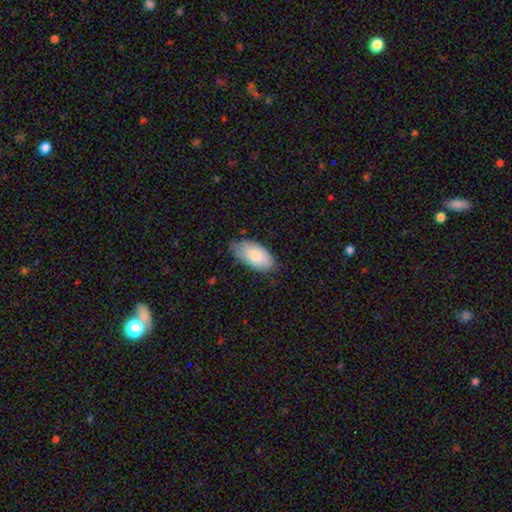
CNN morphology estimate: smooth 81%, featured or disk 13%, star or artifact 6%. Down the decision tree: how rounded — in between (95%); merging — none (71%).